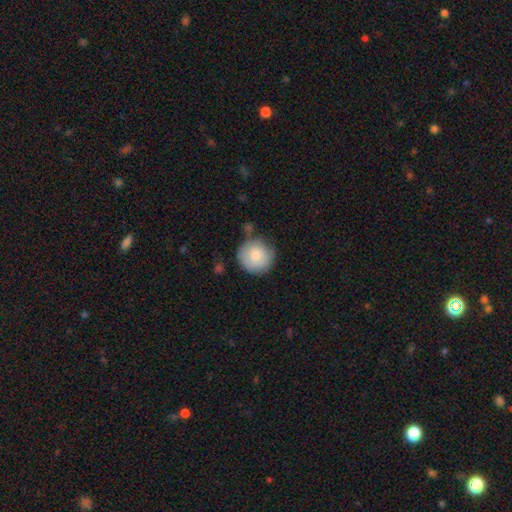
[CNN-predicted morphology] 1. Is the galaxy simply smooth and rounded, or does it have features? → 81% smooth, 13% featured or disk, 6% star or artifact.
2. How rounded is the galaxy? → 94% round, 5% in between, 1% cigar-shaped.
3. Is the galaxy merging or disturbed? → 69% none, 21% minor disturbance, 5% major disturbance, 5% merger.